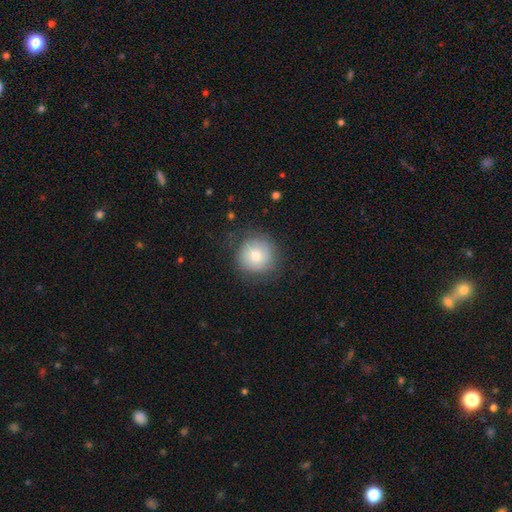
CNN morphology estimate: smooth-or-featured: smooth: 70% | featured or disk: 20% | star or artifact: 10%
  how-rounded: round: 94% | in between: 5% | cigar-shaped: 1%
  merging: none: 79% | minor disturbance: 14% | major disturbance: 6% | merger: 1%